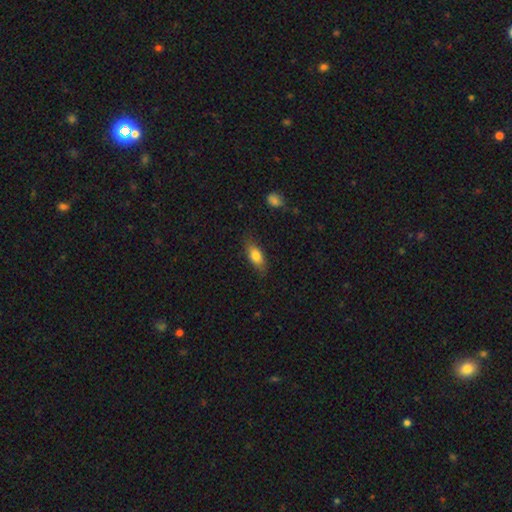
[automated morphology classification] The model was most divided on "merging": none: 76%, minor disturbance: 18%, major disturbance: 4%, merger: 1%. More confident: how rounded — in between (80%); smooth or featured — smooth (77%).